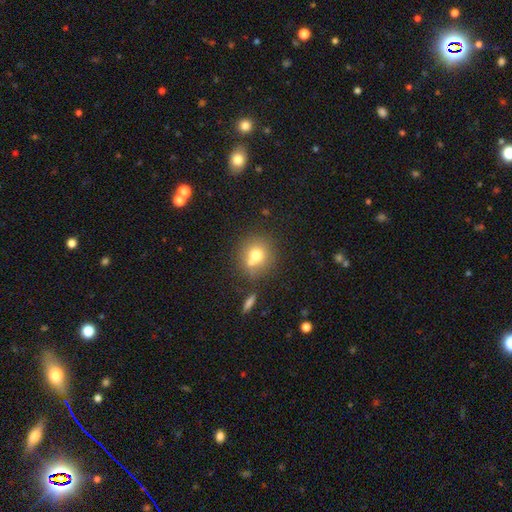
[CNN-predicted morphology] smooth-or-featured: smooth: 69% | featured or disk: 18% | star or artifact: 12%
  how-rounded: round: 84% | in between: 15% | cigar-shaped: 1%
  merging: none: 53% | merger: 30% | minor disturbance: 12% | major disturbance: 5%